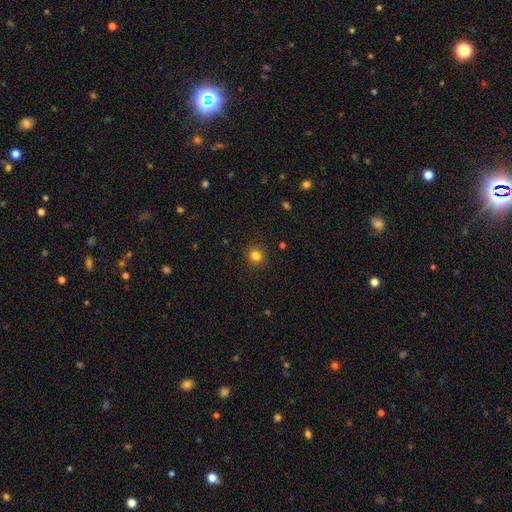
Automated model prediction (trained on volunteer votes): smooth-or-featured: smooth: 83% | star or artifact: 13% | featured or disk: 4%
  how-rounded: round: 91% | in between: 8% | cigar-shaped: 1%
  merging: none: 90% | minor disturbance: 7% | major disturbance: 2% | merger: 1%